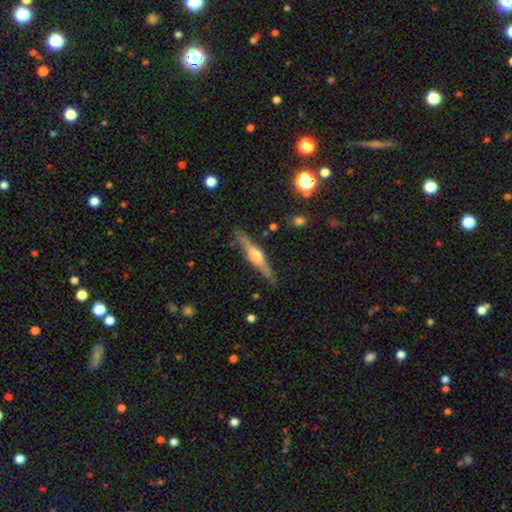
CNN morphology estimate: featured or disk 70%, smooth 24%, star or artifact 5%. Down the decision tree: edge-on disk — yes (97%); edge-on bulge — rounded (92%); merging — none (88%).